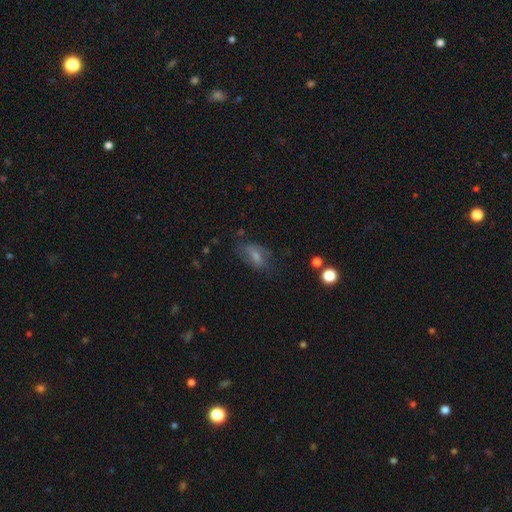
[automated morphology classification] Smooth or featured? Predicted: smooth (p=0.57). How rounded? Predicted: in between (p=0.77). Merging? Predicted: none (p=0.61).